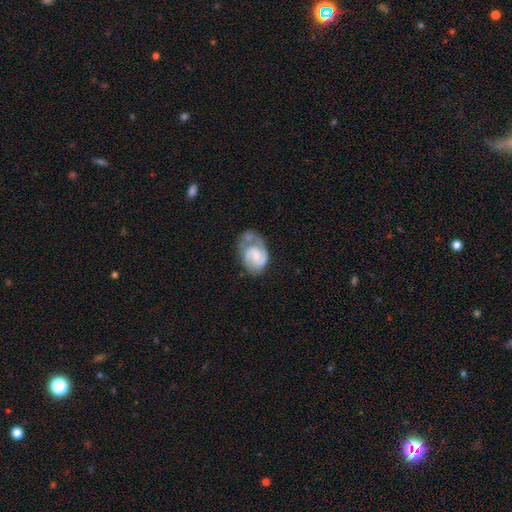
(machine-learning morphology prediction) This is likely a featured or disk galaxy (69%). It is clearly not viewed edge-on (98%). Bar: possibly no (47%). Spiral arm pattern: clearly yes (90%). Spiral arm count: likely 2 (66%). Spiral winding: possibly medium (46%). Central bulge: marginally small (42%). Merging: marginally none (39%).